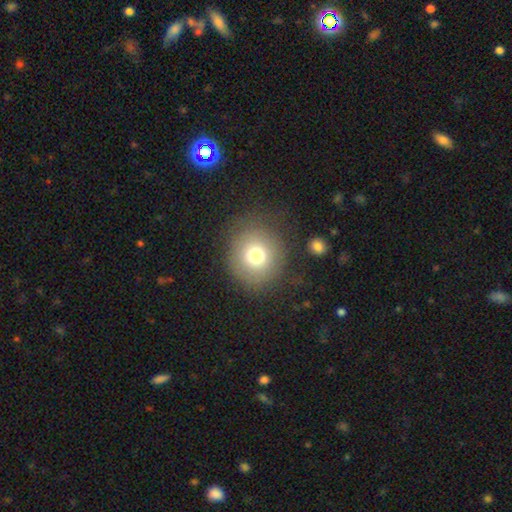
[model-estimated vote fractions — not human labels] smooth 73%, featured or disk 14%, star or artifact 13%. Down the decision tree: how rounded — round (88%); merging — none (77%).